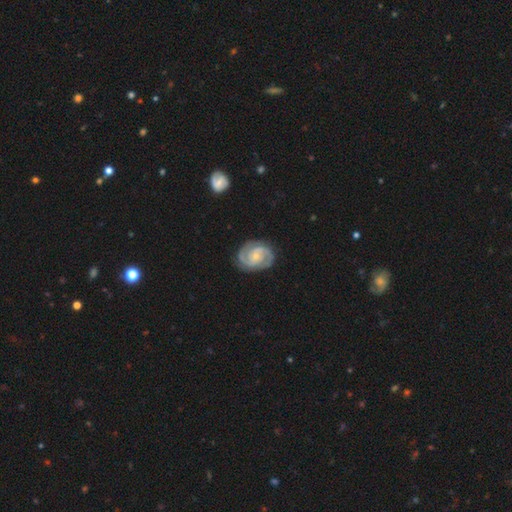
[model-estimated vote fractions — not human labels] This is clearly a featured or disk galaxy (90%). It is clearly not viewed edge-on (98%). Bar: possibly no (56%). Spiral arm pattern: clearly yes (98%). Spiral arm count: likely 2 (71%). Spiral winding: possibly tight (53%). Central bulge: likely small (69%). Merging: clearly none (81%).